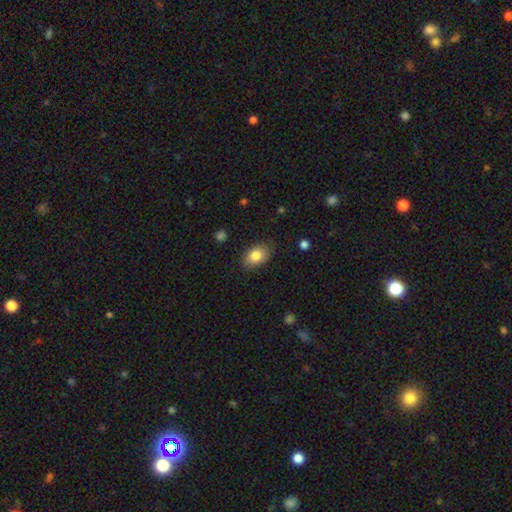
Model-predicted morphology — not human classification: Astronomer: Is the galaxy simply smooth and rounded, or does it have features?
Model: smooth — 83%.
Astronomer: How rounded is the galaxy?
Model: in between — 83%.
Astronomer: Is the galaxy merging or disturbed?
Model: none — 82%.